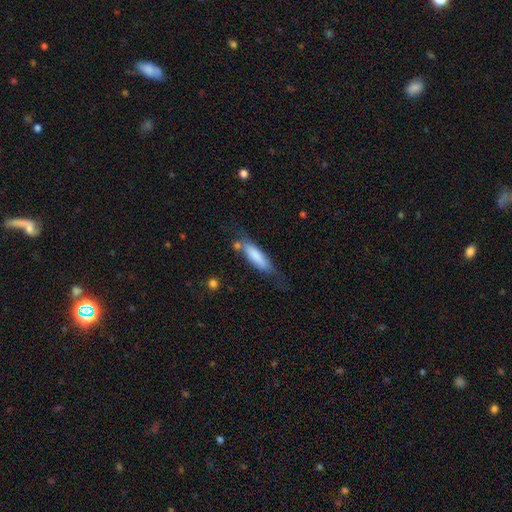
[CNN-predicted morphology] A smooth galaxy with no disk features (79%) that is cigar-shaped (57%).

Vote fractions:
- Smooth or featured? smooth: 79% / featured or disk: 15% / star or artifact: 6%
- How rounded? cigar-shaped: 57% / in between: 41% / round: 2%
- Merging? none: 53% / minor disturbance: 27% / major disturbance: 12% / merger: 8%